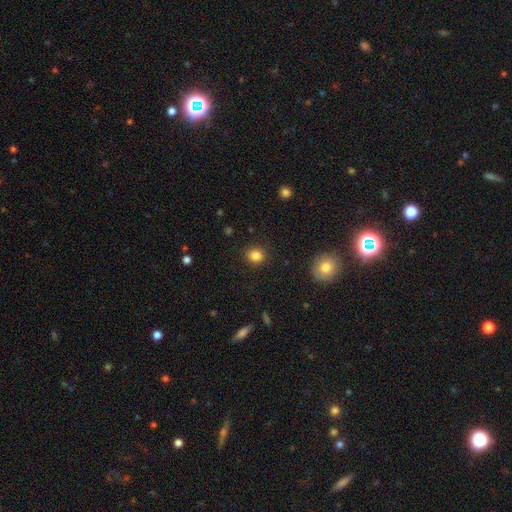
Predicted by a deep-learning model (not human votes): smooth 85%, star or artifact 11%, featured or disk 5%. Down the decision tree: how rounded — round (78%); merging — none (89%).